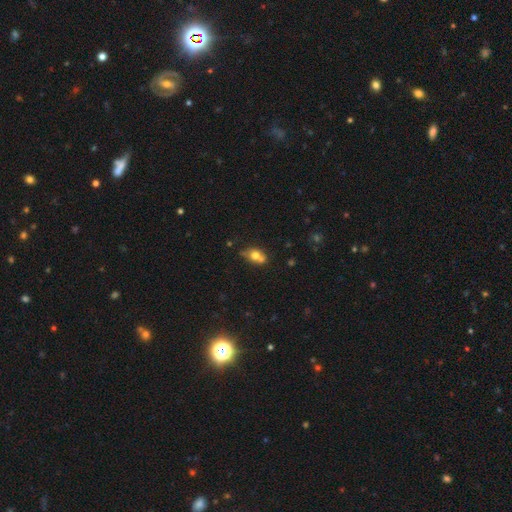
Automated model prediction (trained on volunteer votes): The model was most divided on "merging": none: 44%, merger: 35%, minor disturbance: 16%, major disturbance: 5%. More confident: smooth or featured — smooth (68%); how rounded — in between (58%).